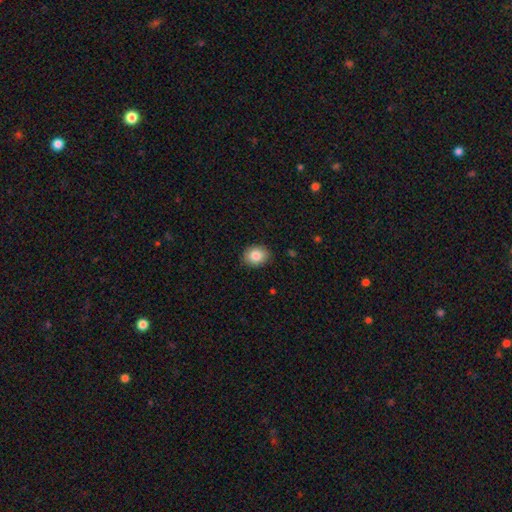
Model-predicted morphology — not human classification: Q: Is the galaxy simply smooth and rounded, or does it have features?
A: smooth — 84%.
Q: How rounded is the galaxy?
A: in between — 52%.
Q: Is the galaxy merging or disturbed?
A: none — 87%.